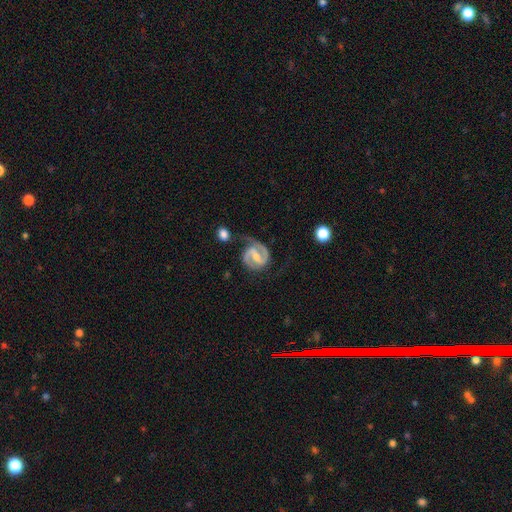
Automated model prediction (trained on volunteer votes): A featured or disk galaxy (91%) with a strong bar (43%), 2 (91%) medium (52%) spiral arms (98%) and a small central bulge (45%). Merging: none (67%).